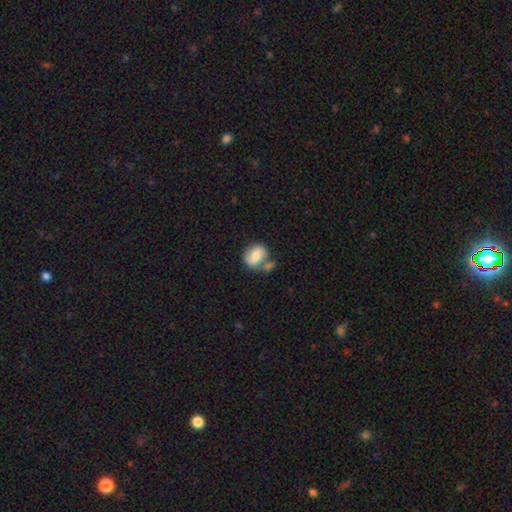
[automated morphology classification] smooth_or_featured: smooth (p=0.59) [alt: featured or disk p=0.34]
how_rounded: round (p=0.52) [alt: in between p=0.46]
merging: none (p=0.44) [alt: merger p=0.31]